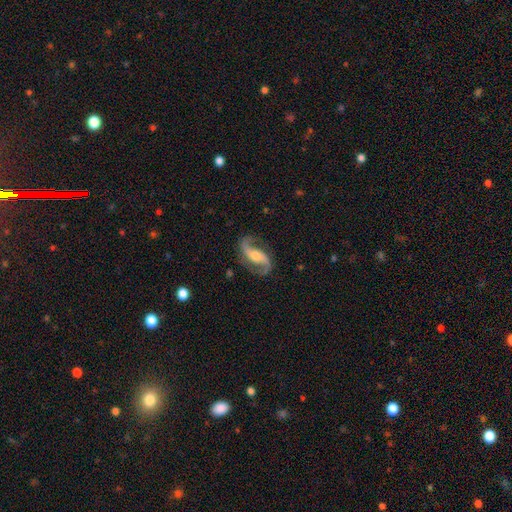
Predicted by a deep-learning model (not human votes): Smooth or featured? featured or disk (91%)
Edge-on disk? no (97%)
Bar? no (37%)
Spiral arms? yes (97%)
Spiral winding? loose (49%)
Spiral arm count? 2 (94%)
Bulge size? moderate (57%)
Merging? none (81%)